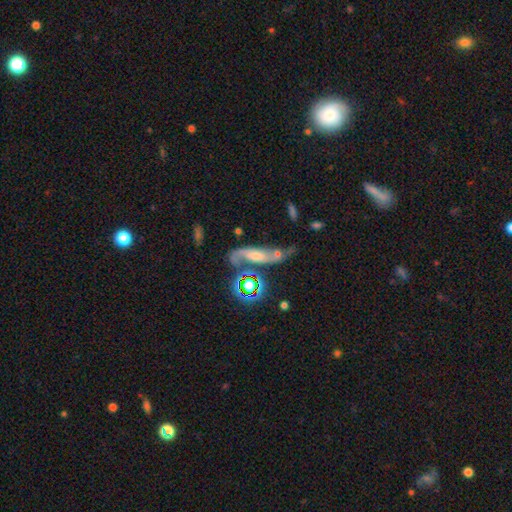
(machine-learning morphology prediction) A featured or disk galaxy (62%). Merging: none (40%).